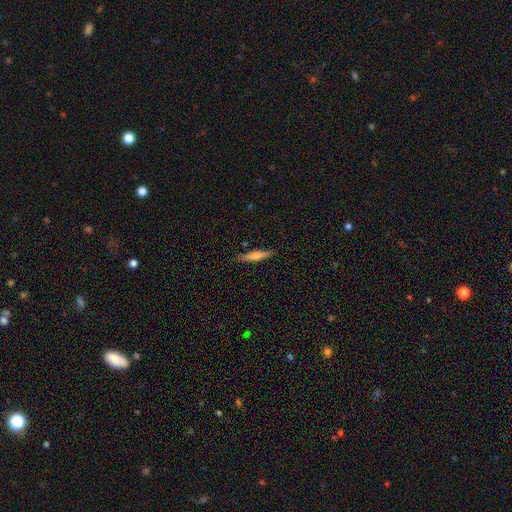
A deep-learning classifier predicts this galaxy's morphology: smooth_or_featured: smooth (p=0.48) [alt: featured or disk p=0.46]
merging: none (p=0.88) [alt: minor disturbance p=0.09]